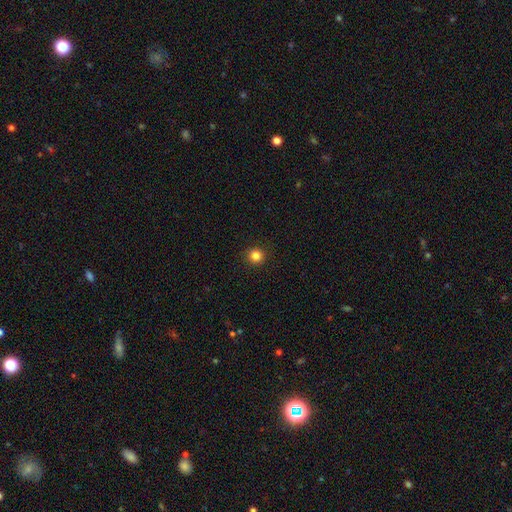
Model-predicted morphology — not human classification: This appears to be a smooth galaxy with no disk features (83%) that is round (94%). Merging: none (92%).